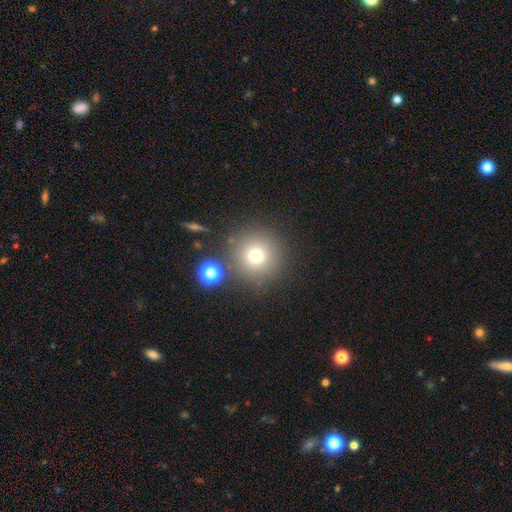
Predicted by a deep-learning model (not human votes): smooth_or_featured: smooth (p=0.72) [alt: star or artifact p=0.17]
how_rounded: round (p=0.96) [alt: in between p=0.03]
merging: none (p=0.84) [alt: minor disturbance p=0.07]